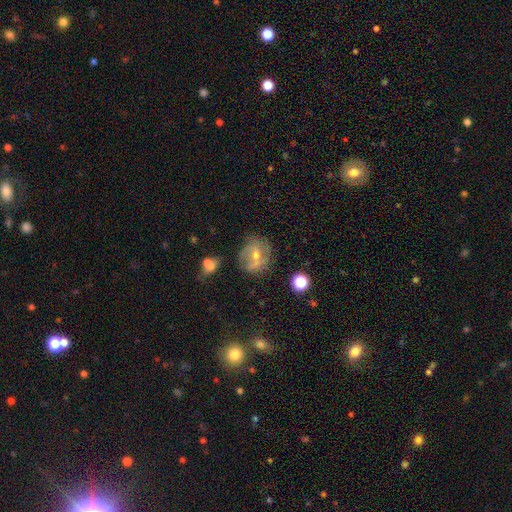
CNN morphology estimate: Overall: featured or disk (59%; smooth 27%). Edge-on disk: no (95%). Bar: weak (41%; no 35%). Spiral arms: yes (67%; no 33%). Bulge size: moderate (53%; small 43%). Merging: none (68%).